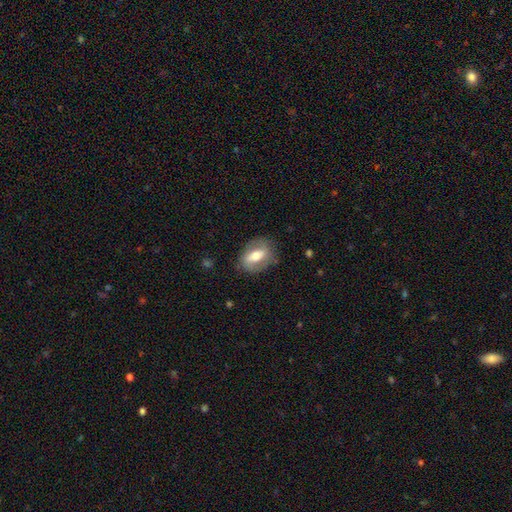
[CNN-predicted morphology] This is possibly a featured or disk galaxy (47%). Merging: likely none (76%).